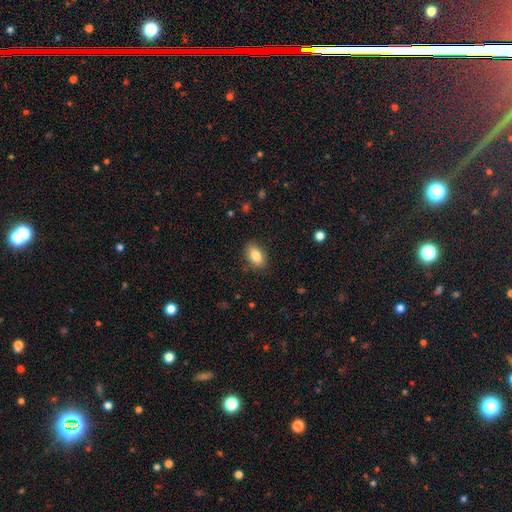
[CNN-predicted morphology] Smooth or featured: smooth — 83% (featured or disk — 10%)
How rounded: in between — 88% (round — 10%)
Merging: none — 84% (minor disturbance — 12%)